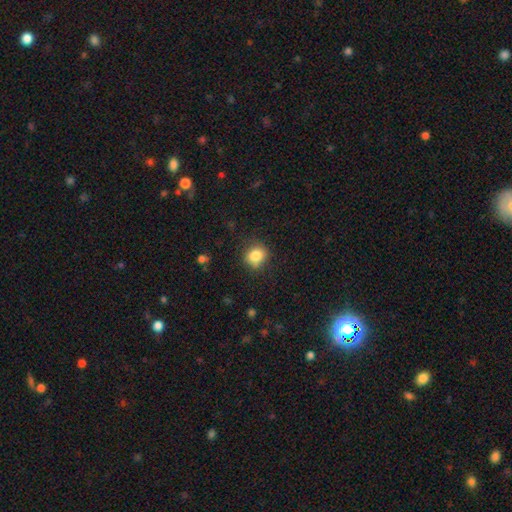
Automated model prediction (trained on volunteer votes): smooth 84%, star or artifact 10%, featured or disk 6%. Down the decision tree: how rounded — round (78%); merging — none (81%).